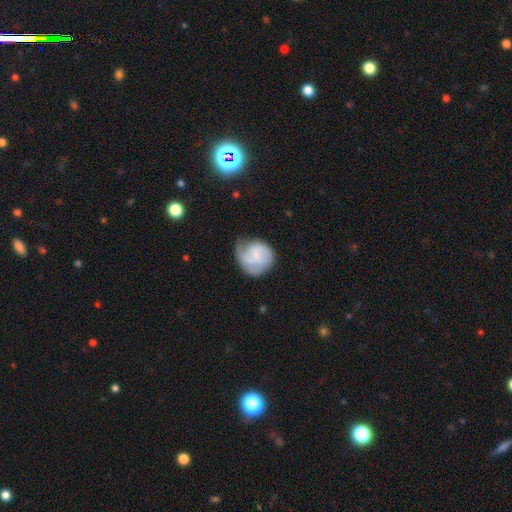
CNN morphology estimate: This appears to be a featured or disk galaxy (61%) with no bar (53%), 2 (47%) medium (42%) spiral arms (91%) and a small central bulge (60%). Merging: none (55%).